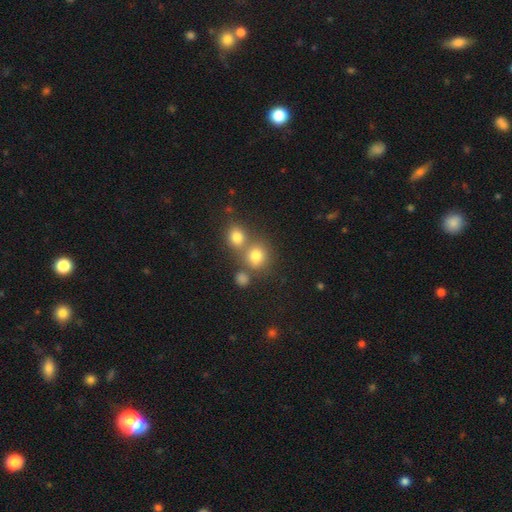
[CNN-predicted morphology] Smooth or featured? smooth (76%)
How rounded? round (80%)
Merging? none (50%)